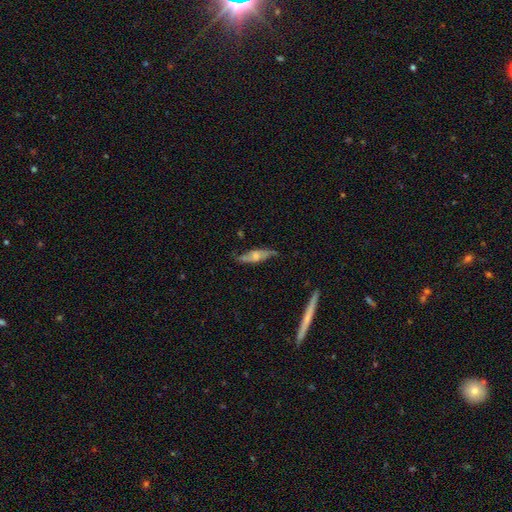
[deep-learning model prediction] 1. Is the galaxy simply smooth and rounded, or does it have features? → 56% featured or disk, 37% smooth, 7% star or artifact.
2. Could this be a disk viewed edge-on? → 55% no, 45% yes.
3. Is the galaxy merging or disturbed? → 65% none, 24% minor disturbance, 9% major disturbance, 2% merger.